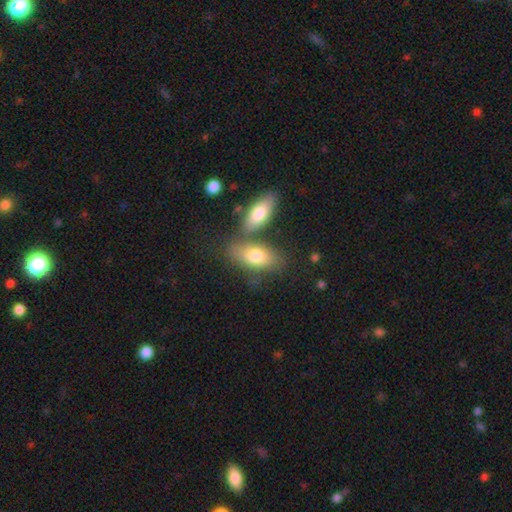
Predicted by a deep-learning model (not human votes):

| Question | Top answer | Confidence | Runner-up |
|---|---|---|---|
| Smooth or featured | smooth | 75% | featured or disk (18%) |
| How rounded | in between | 87% | cigar-shaped (8%) |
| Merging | none | 51% | merger (31%) |